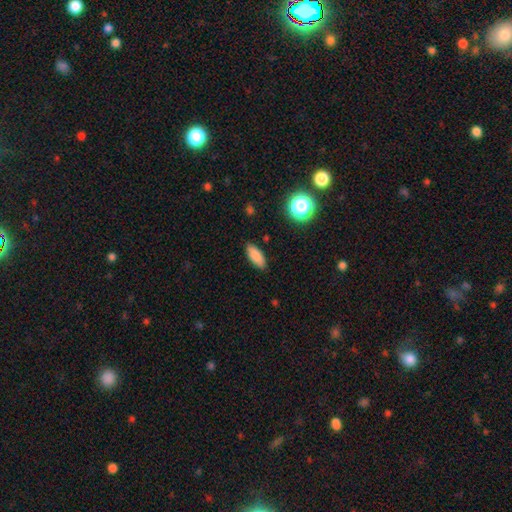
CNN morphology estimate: This is clearly a smooth galaxy (84%). How rounded: likely in between (76%). Merging: clearly none (87%).